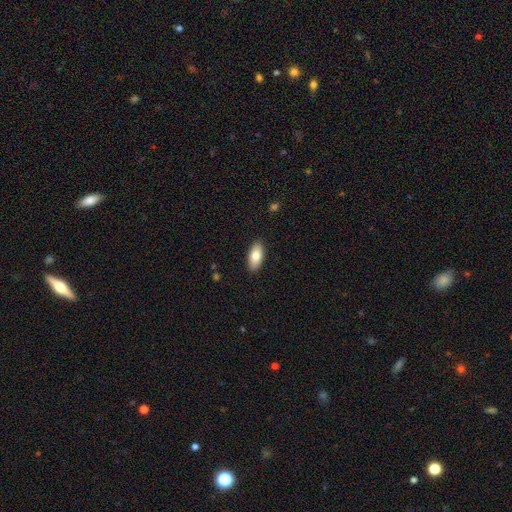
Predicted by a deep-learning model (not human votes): This appears to be a smooth galaxy with no disk features (81%) that is in between round and cigar-shaped (90%). Merging: none (89%).